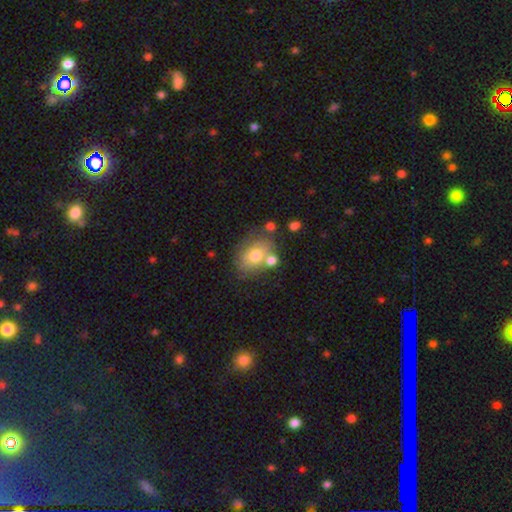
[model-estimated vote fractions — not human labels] This appears to be a smooth galaxy with no disk features (66%) that is in between round and cigar-shaped (68%). Merging: none (55%).